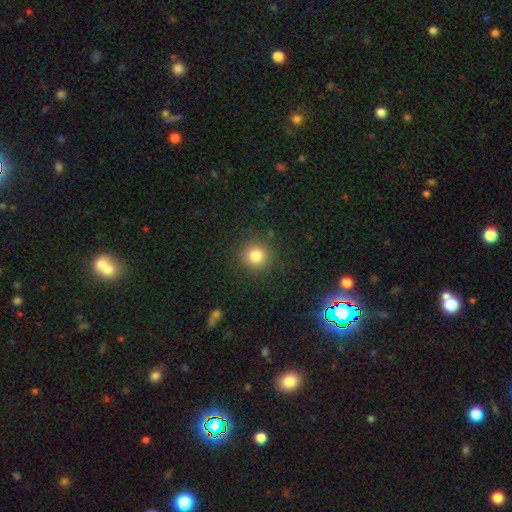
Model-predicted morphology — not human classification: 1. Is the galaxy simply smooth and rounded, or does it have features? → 82% smooth, 12% star or artifact, 6% featured or disk.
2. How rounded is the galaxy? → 94% round, 5% in between, 1% cigar-shaped.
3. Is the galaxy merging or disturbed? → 89% none, 7% minor disturbance, 3% major disturbance, 1% merger.